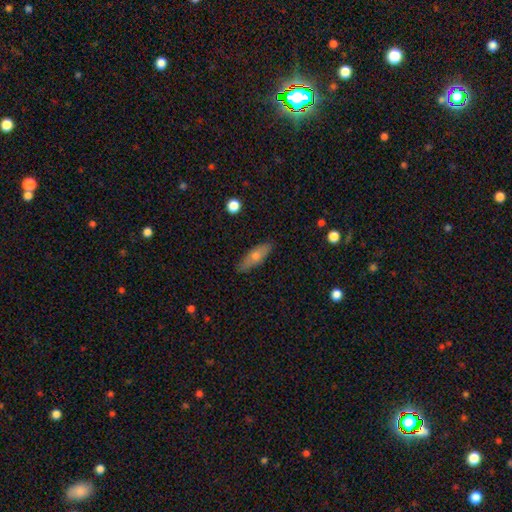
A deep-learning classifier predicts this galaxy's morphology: smooth 59%, featured or disk 34%, star or artifact 7%. Down the decision tree: how rounded — cigar-shaped (52%); merging — none (87%).